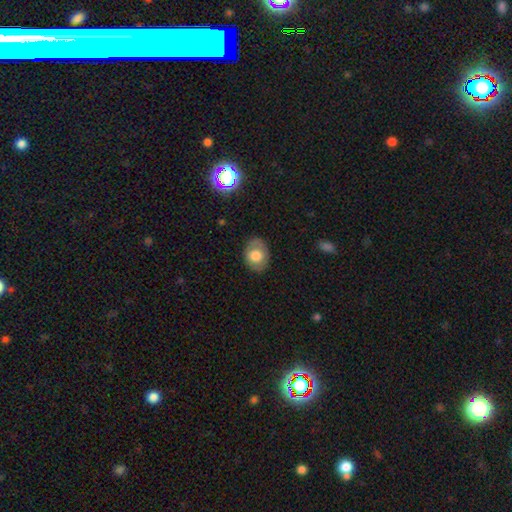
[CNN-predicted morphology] A smooth galaxy with no disk features (72%) that is in between round and cigar-shaped (57%). Merging: none (79%).